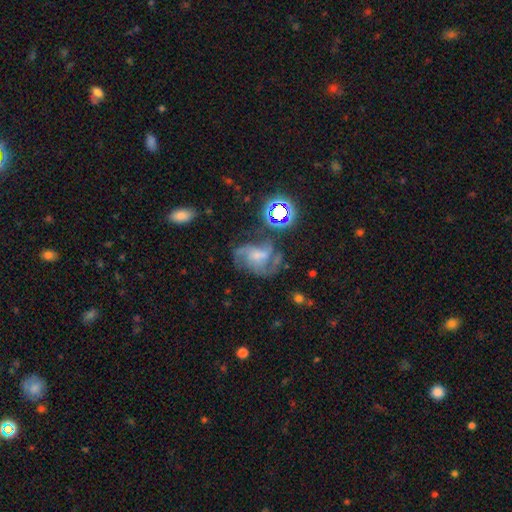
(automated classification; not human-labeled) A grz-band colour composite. It shows a featured or disk galaxy (70%) with no bar (53%), 3 (35%) medium (50%) spiral arms (91%) and a small central bulge (40%). Merging: none (52%).